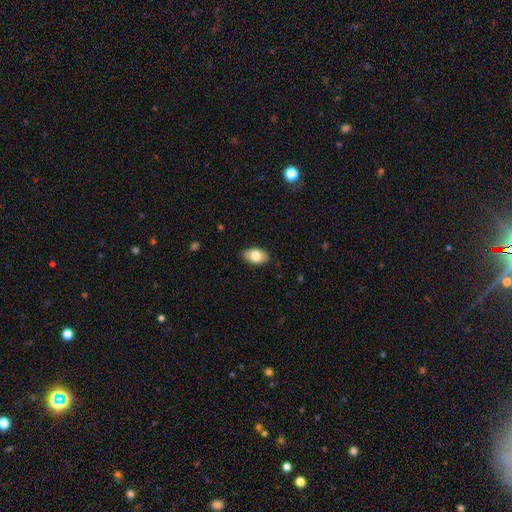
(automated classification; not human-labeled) This is clearly a smooth galaxy (80%). How rounded: clearly in between (89%). Merging: clearly none (87%).